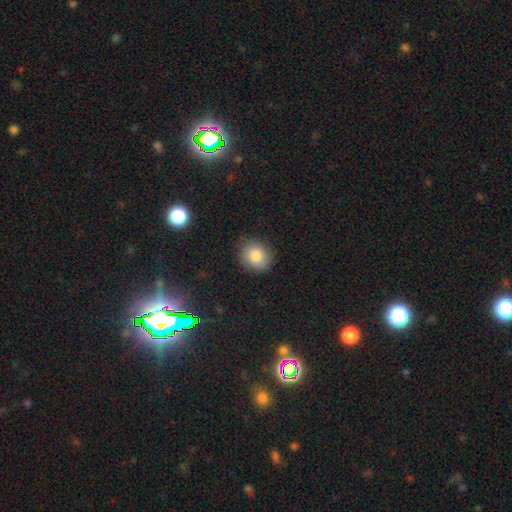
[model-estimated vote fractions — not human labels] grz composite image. It shows a smooth galaxy with no disk features (83%) that is round (71%). Merging: none (84%).